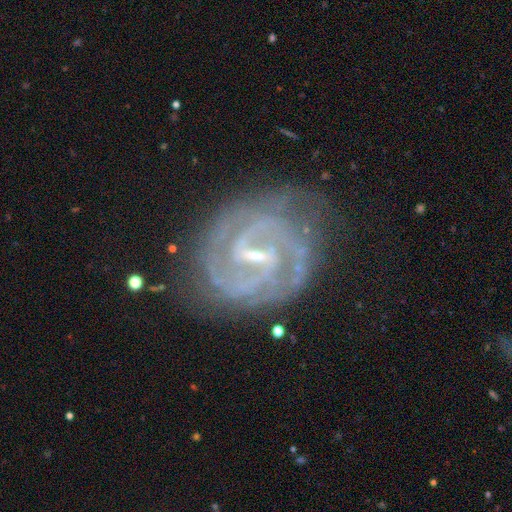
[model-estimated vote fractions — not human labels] smooth-or-featured: featured or disk: 92% | star or artifact: 5% | smooth: 3%
  disk-edge-on: no: 98% | yes: 2%
    bar: weak: 45% | strong: 44% | no: 11%
    has-spiral-arms: yes: 98% | no: 2%
      spiral-winding: tight: 60% | medium: 35% | loose: 5%
      spiral-arm-count: 2: 68% | 3: 12% | can't tell: 9% | 4: 5% | more than 4: 3% | 1: 3%
    bulge-size: small: 75% | moderate: 18% | none: 5% | large: 1% | dominant: 1%
  merging: none: 75% | minor disturbance: 17% | major disturbance: 6% | merger: 2%